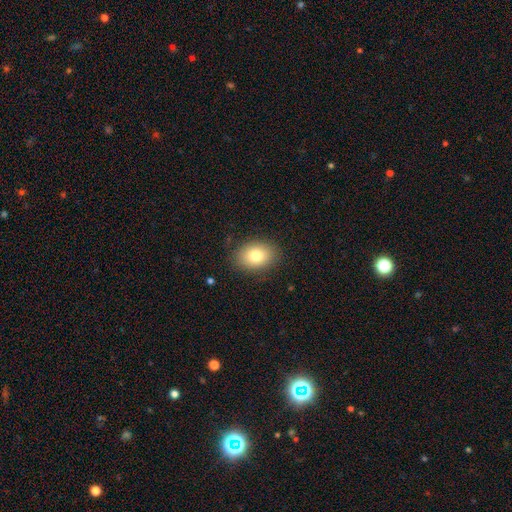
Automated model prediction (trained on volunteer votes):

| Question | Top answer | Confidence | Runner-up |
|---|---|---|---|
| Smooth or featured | smooth | 79% | featured or disk (12%) |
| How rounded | in between | 72% | round (27%) |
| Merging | none | 86% | minor disturbance (10%) |